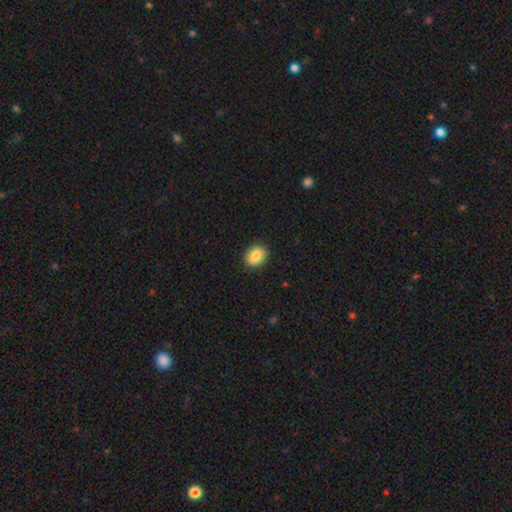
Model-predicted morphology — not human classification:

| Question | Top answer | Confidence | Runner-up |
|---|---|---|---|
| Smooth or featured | smooth | 84% | star or artifact (8%) |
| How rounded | round | 50% | in between (49%) |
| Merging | none | 90% | minor disturbance (8%) |